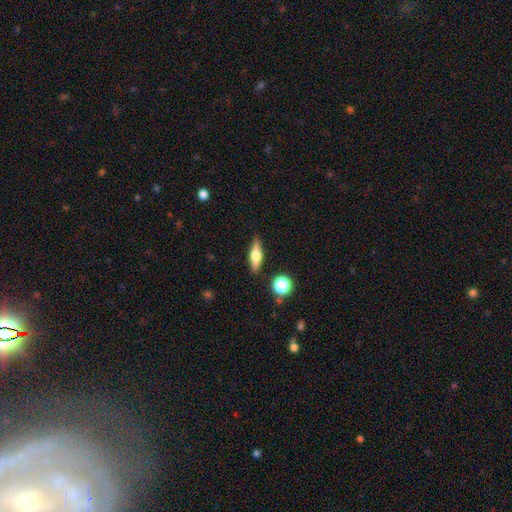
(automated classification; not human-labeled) featured or disk 46%, smooth 45%, star or artifact 8%. Down the decision tree: merging — none (87%).